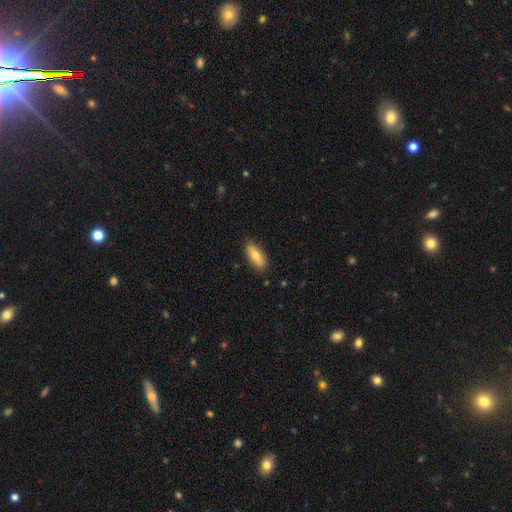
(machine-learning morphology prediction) Smooth or featured? smooth (75%)
How rounded? in between (76%)
Merging? none (86%)